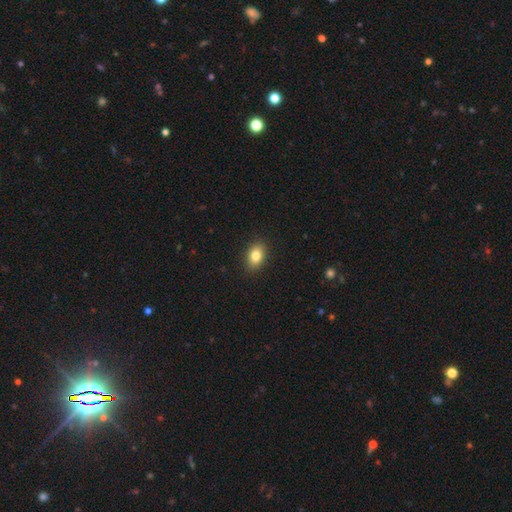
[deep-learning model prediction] smooth-or-featured: smooth: 82% | star or artifact: 9% | featured or disk: 9%
  how-rounded: in between: 78% | round: 20% | cigar-shaped: 2%
  merging: none: 89% | minor disturbance: 8% | major disturbance: 2% | merger: 1%